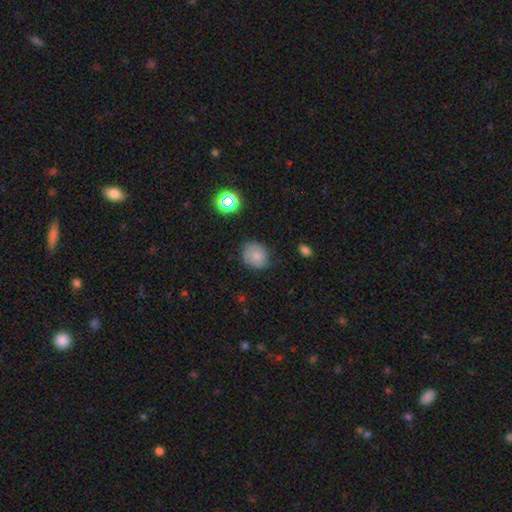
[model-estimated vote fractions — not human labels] A smooth galaxy with no disk features (74%) that is round (67%). Merging: none (69%).